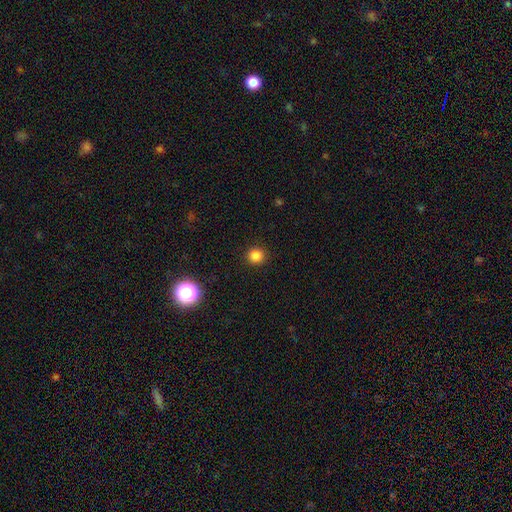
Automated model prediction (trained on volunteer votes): Smooth or featured: smooth — 83% (star or artifact — 13%)
How rounded: round — 92% (in between — 7%)
Merging: none — 92% (minor disturbance — 5%)